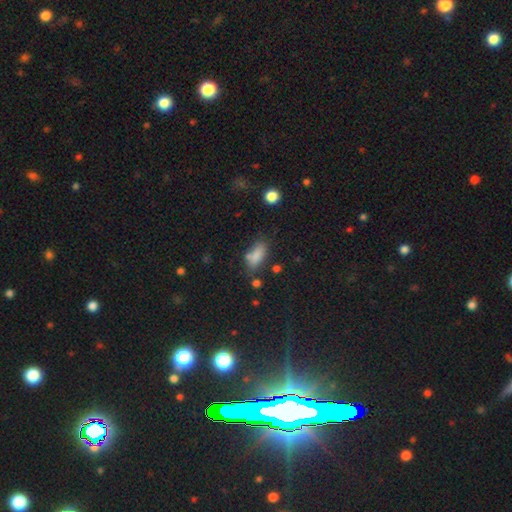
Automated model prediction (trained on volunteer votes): Morphology: type=smooth (79%); roundness=in between (82%); merging=none (60%).